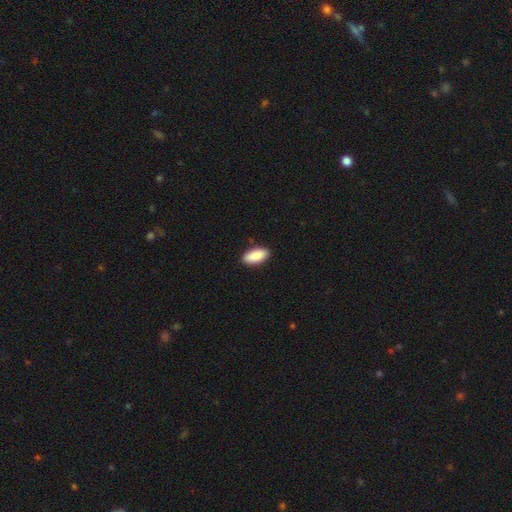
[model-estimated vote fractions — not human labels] smooth 90%, star or artifact 6%, featured or disk 4%. Down the decision tree: how rounded — in between (90%); merging — none (88%).